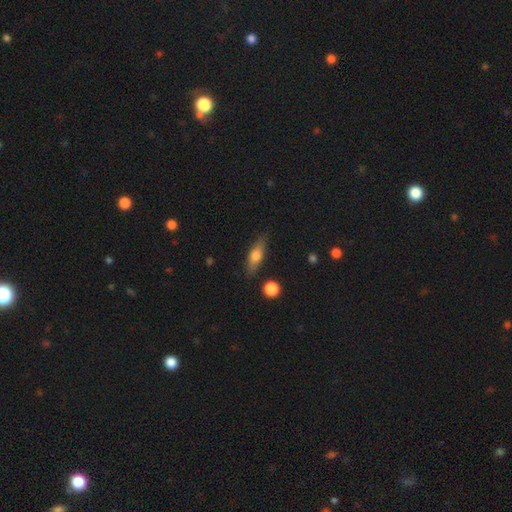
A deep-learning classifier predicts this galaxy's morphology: A smooth galaxy with no disk features (61%) that is in between round and cigar-shaped (49%). Merging: none (83%).